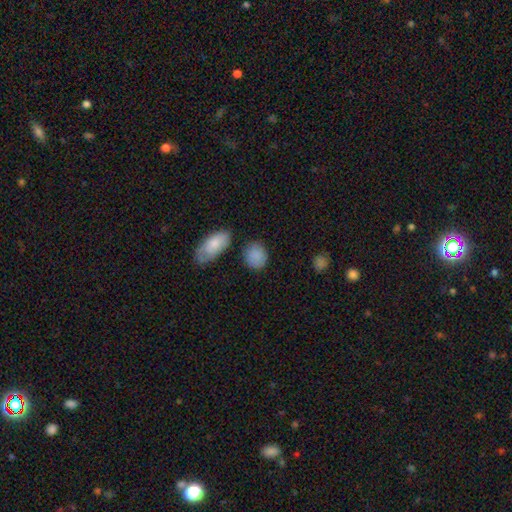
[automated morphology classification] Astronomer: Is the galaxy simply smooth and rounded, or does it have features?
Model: smooth — 87%.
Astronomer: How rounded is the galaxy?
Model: round — 59% (runner-up: in between, 39%).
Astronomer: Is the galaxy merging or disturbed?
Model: none — 76%.